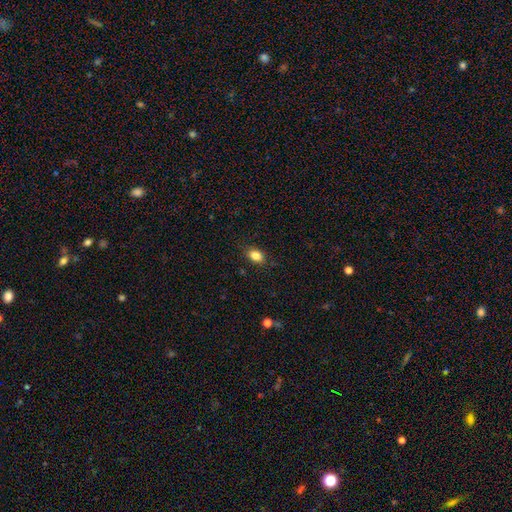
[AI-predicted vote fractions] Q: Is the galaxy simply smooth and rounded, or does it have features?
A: smooth — 86%.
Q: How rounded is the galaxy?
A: in between — 81%.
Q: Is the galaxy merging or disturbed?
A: none — 86%.